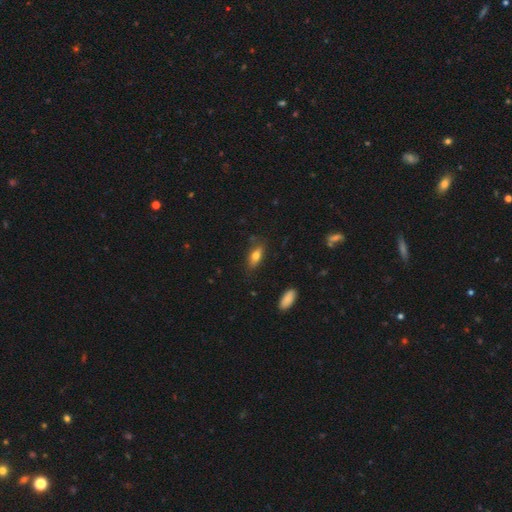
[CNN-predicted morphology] smooth-or-featured: smooth: 72% | featured or disk: 19% | star or artifact: 8%
  how-rounded: in between: 74% | cigar-shaped: 21% | round: 5%
  merging: none: 78% | minor disturbance: 17% | major disturbance: 4% | merger: 2%